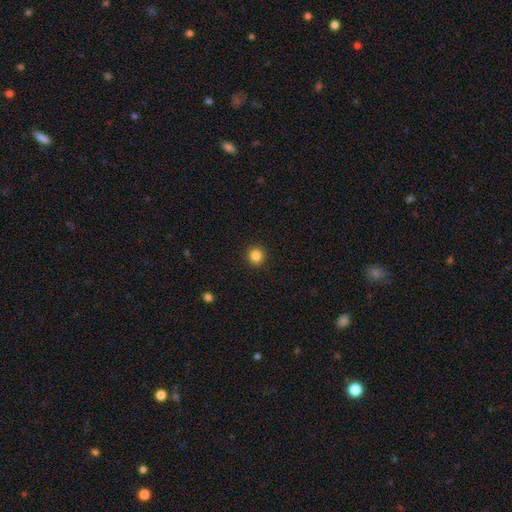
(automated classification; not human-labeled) This is clearly a smooth galaxy (85%). How rounded: clearly round (92%). Merging: clearly none (92%).